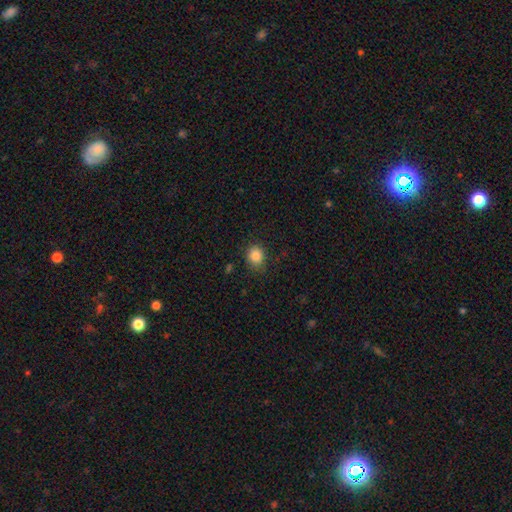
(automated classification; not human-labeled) This appears to be a smooth galaxy with no disk features (85%) that is round (68%). Merging: none (83%).